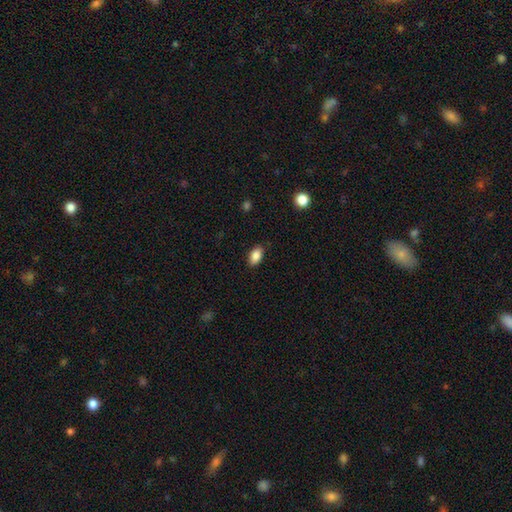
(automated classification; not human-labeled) Morphology: type=smooth (87%); roundness=in between (91%); merging=none (86%).